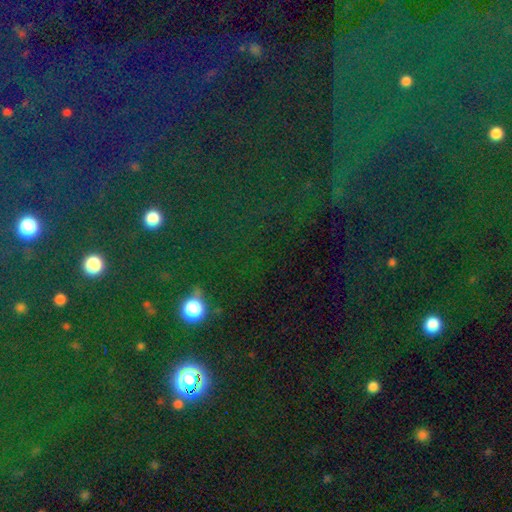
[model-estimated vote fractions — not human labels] star or artifact 76%, smooth 16%, featured or disk 8%.